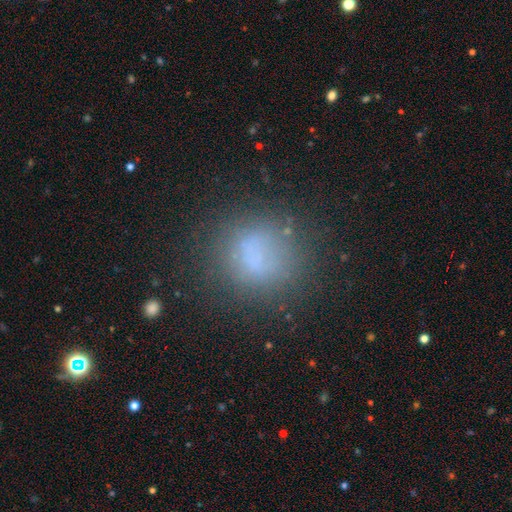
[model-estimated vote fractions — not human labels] Smooth or featured? smooth (67%)
How rounded? round (79%)
Merging? none (71%)